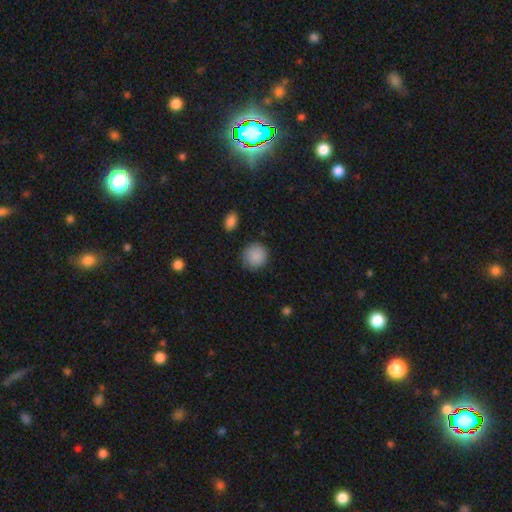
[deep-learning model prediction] A smooth galaxy with no disk features (89%) that is round (91%).

Vote fractions:
- Smooth or featured? smooth: 89% / star or artifact: 8% / featured or disk: 3%
- How rounded? round: 91% / in between: 8% / cigar-shaped: 1%
- Merging? none: 86% / minor disturbance: 10% / major disturbance: 3% / merger: 1%